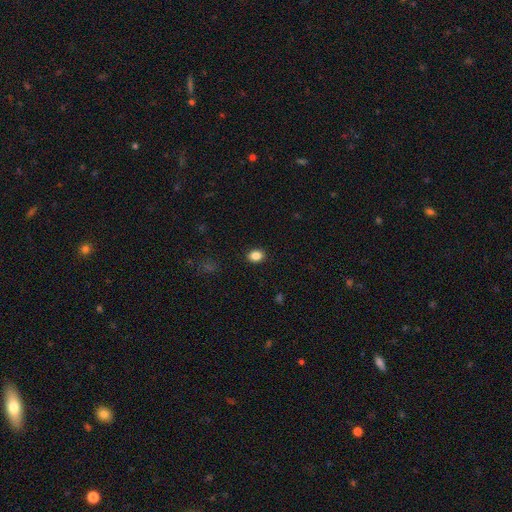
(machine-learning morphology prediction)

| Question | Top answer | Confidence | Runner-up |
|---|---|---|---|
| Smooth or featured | smooth | 86% | star or artifact (10%) |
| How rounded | in between | 55% | round (44%) |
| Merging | none | 90% | minor disturbance (7%) |